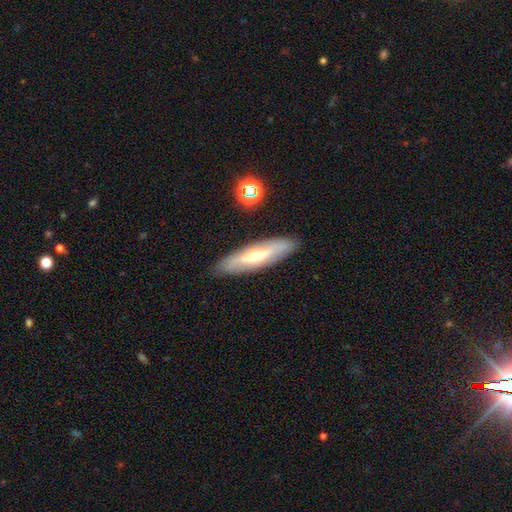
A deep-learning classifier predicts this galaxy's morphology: This is likely a featured or disk galaxy (62%). It is possibly viewed edge-on (51%). Merging: clearly none (86%).